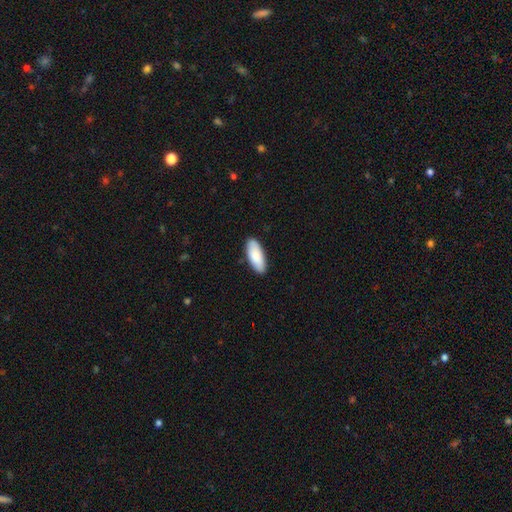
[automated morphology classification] The model was most divided on "how rounded": in between: 80%, cigar-shaped: 18%, round: 2%. More confident: merging — none (88%); smooth or featured — smooth (87%).